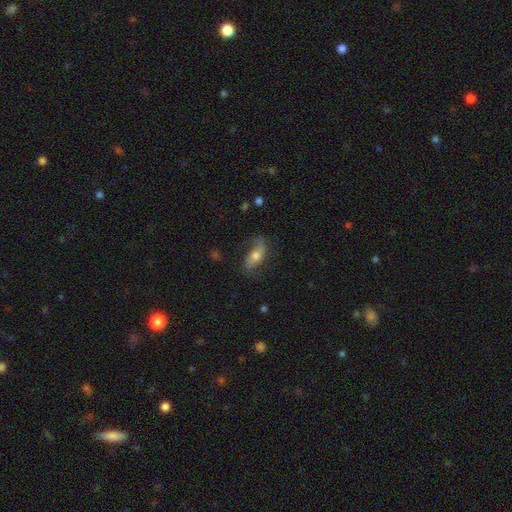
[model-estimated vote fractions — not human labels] Smooth or featured: smooth — 46% (tied with featured or disk — 46%)
Merging: none — 65% (minor disturbance — 22%)